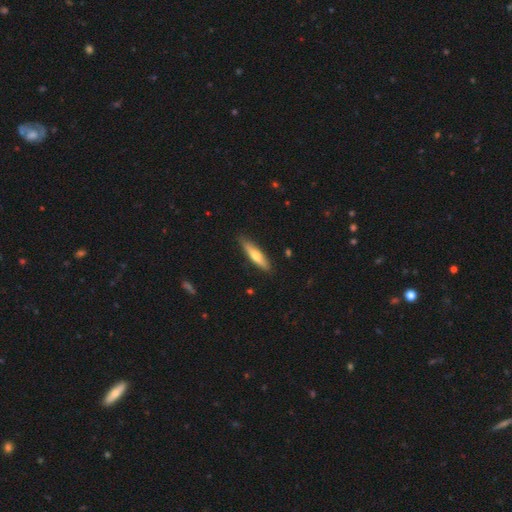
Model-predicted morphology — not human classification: smooth-or-featured: smooth: 58% | featured or disk: 37% | star or artifact: 5%
  how-rounded: cigar-shaped: 78% | in between: 21% | round: 2%
  merging: none: 86% | minor disturbance: 10% | major disturbance: 2% | merger: 1%